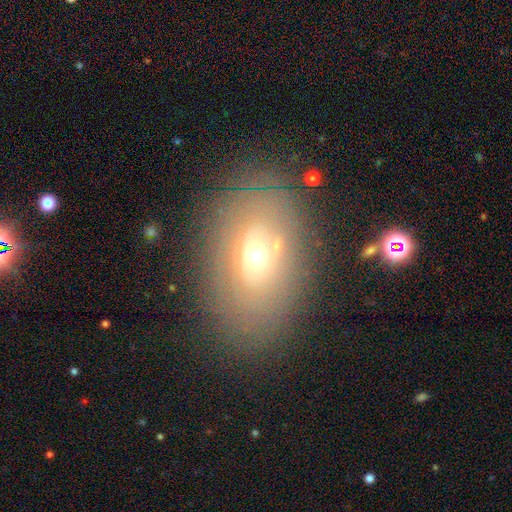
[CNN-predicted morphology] A smooth galaxy with no disk features (49%). Merging: none (77%).